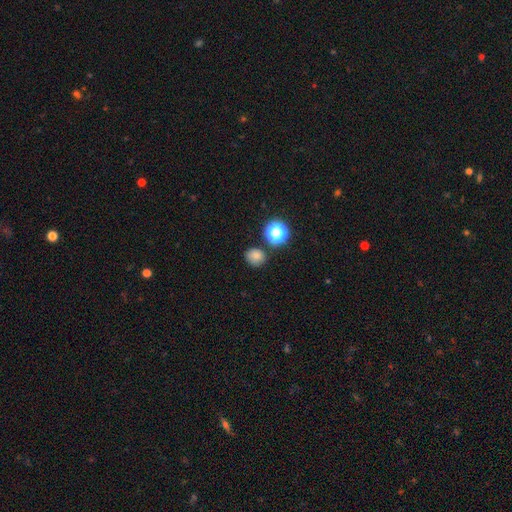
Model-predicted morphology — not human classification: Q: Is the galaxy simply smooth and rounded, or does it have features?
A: smooth — 77%.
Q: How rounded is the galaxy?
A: round — 75%.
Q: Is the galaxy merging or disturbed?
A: none — 80%.